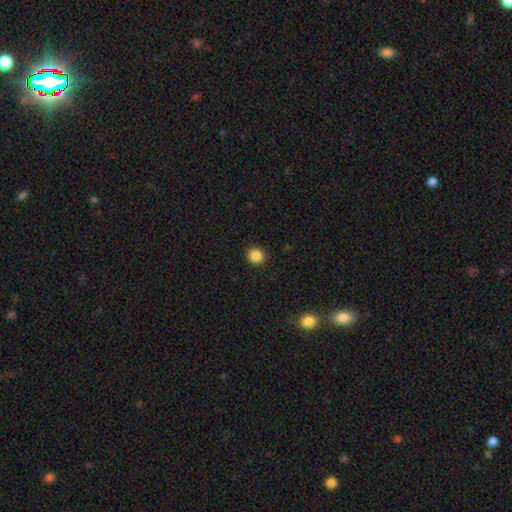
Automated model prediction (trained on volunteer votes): Smooth or featured?
  - smooth: 86% *
  - star or artifact: 11%
  - featured or disk: 3%
How rounded?
  - round: 90% *
  - in between: 9%
  - cigar-shaped: 1%
Merging?
  - none: 92% *
  - minor disturbance: 5%
  - major disturbance: 2%
  - merger: 1%